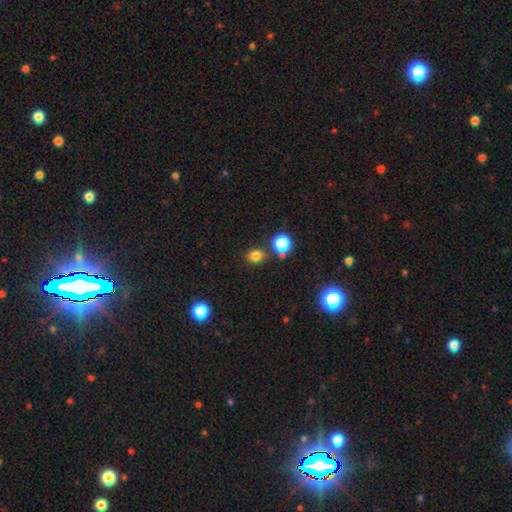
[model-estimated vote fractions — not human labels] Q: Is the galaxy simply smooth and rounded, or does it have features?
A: smooth — 79%.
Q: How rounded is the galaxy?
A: round — 62%.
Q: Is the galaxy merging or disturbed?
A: none — 80%.